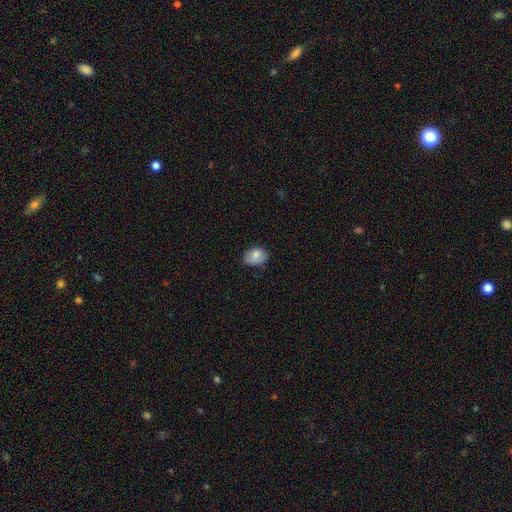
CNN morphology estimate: This appears to be a smooth galaxy with no disk features (81%) that is in between round and cigar-shaped (75%). Merging: none (64%).